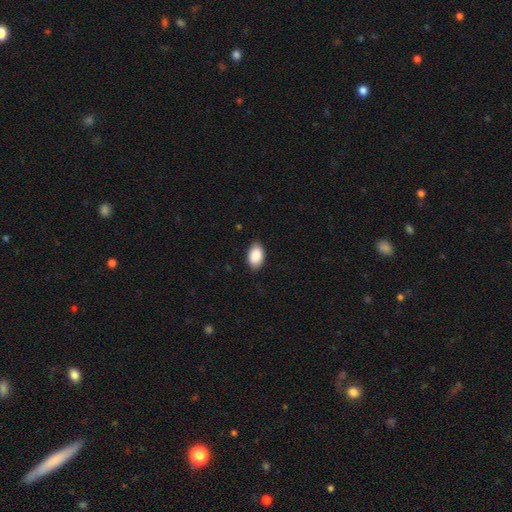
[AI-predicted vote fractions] Q: Smooth or featured?
A: smooth (90%); runner-up: star or artifact (6%)
Q: How rounded?
A: in between (93%); runner-up: round (6%)
Q: Merging?
A: none (86%); runner-up: minor disturbance (11%)